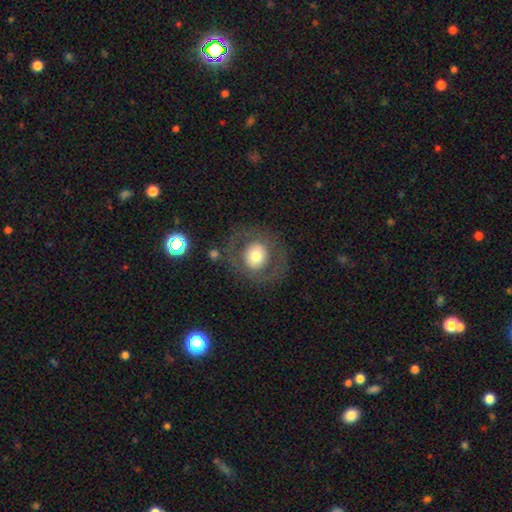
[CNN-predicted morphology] Overall: smooth (54%; featured or disk 37%). How rounded: round (84%). Merging: none (77%).